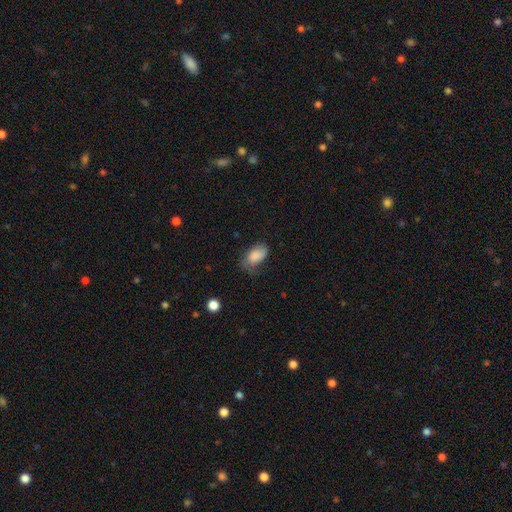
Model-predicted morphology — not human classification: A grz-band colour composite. It shows a smooth galaxy with no disk features (76%) that is in between round and cigar-shaped (91%). Merging: none (43%).